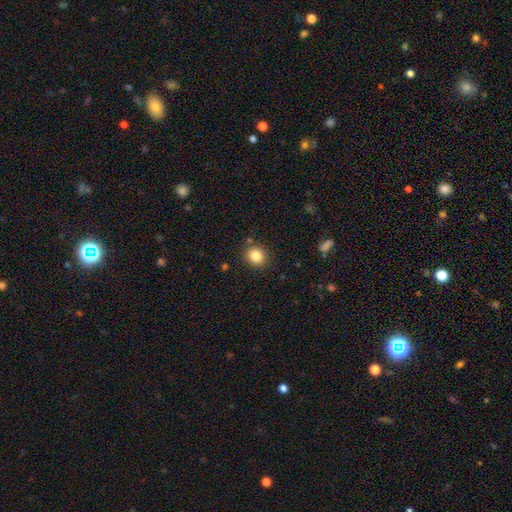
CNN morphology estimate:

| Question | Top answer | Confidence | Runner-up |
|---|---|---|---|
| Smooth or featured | smooth | 84% | star or artifact (10%) |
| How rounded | round | 78% | in between (21%) |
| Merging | none | 86% | minor disturbance (9%) |